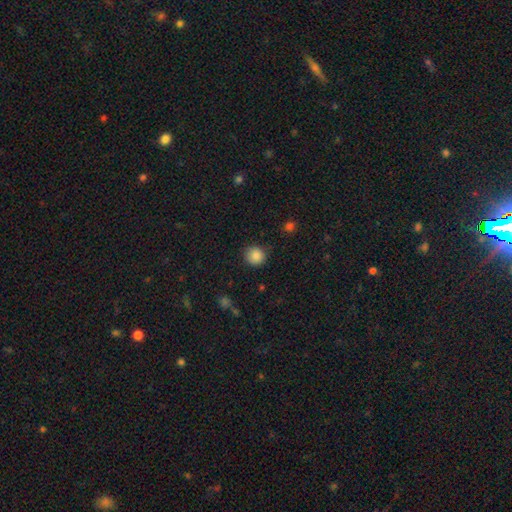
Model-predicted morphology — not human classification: Smooth or featured?
  - smooth: 87% *
  - star or artifact: 10%
  - featured or disk: 4%
How rounded?
  - round: 91% *
  - in between: 8%
  - cigar-shaped: 1%
Merging?
  - none: 87% *
  - minor disturbance: 9%
  - major disturbance: 2%
  - merger: 1%